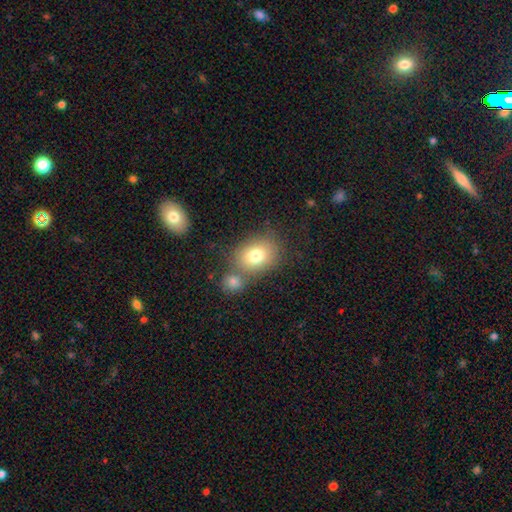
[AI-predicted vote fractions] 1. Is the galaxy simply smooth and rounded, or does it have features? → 76% smooth, 14% featured or disk, 10% star or artifact.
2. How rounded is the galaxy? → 56% in between, 43% round, 1% cigar-shaped.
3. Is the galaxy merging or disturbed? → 56% none, 27% merger, 12% minor disturbance, 5% major disturbance.